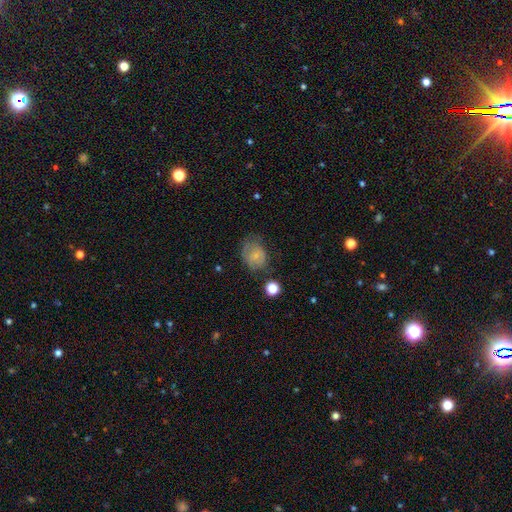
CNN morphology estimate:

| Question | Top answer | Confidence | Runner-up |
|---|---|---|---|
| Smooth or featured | smooth | 67% | featured or disk (23%) |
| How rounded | round | 50% | in between (49%) |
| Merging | none | 49% | minor disturbance (31%) |